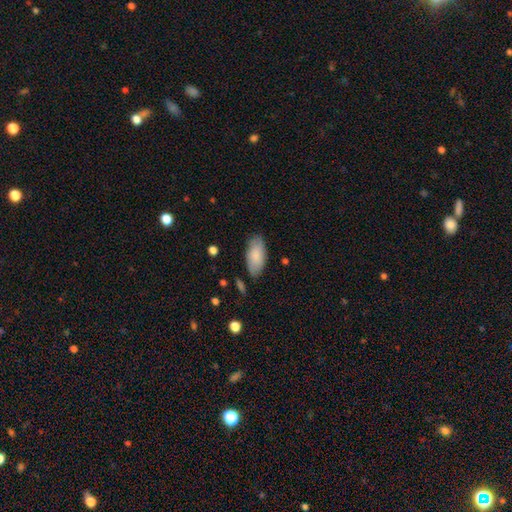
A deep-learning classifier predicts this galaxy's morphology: A smooth galaxy with no disk features (85%) that is in between round and cigar-shaped (93%).

Vote fractions:
- Smooth or featured? smooth: 85% / featured or disk: 9% / star or artifact: 6%
- How rounded? in between: 93% / cigar-shaped: 5% / round: 2%
- Merging? none: 82% / minor disturbance: 14% / major disturbance: 3% / merger: 2%